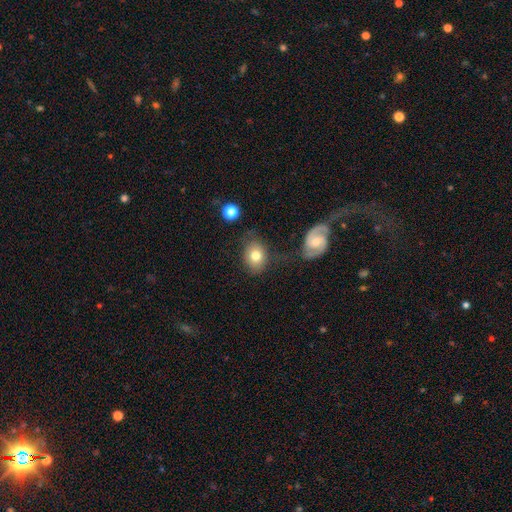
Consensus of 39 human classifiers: Volunteers were most divided on "how rounded": in between: 58%, round: 42%, cigar-shaped: 0%. More confident: smooth or featured — smooth (79%); merging — none (55%).